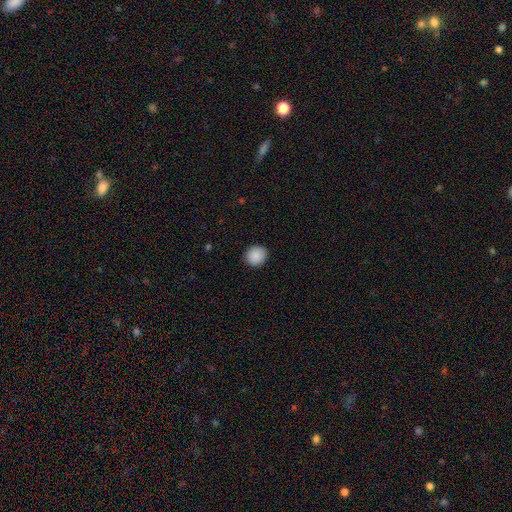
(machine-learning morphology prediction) Smooth or featured: smooth — 89% (star or artifact — 8%)
How rounded: round — 85% (in between — 14%)
Merging: none — 91% (minor disturbance — 7%)